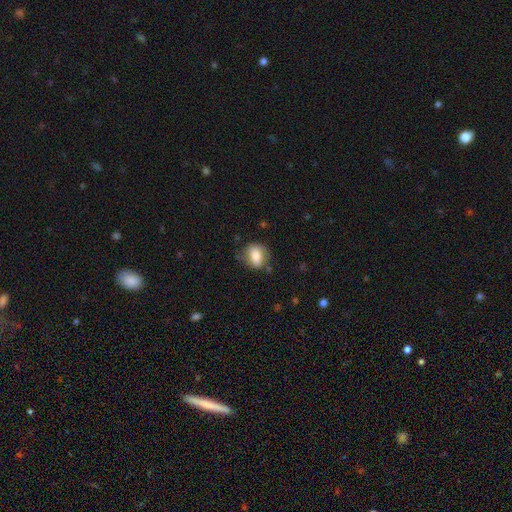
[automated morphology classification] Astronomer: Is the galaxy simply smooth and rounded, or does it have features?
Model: smooth — 75%.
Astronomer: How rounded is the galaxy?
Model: in between — 53% (runner-up: round, 45%).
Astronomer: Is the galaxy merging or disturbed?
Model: none — 70%.